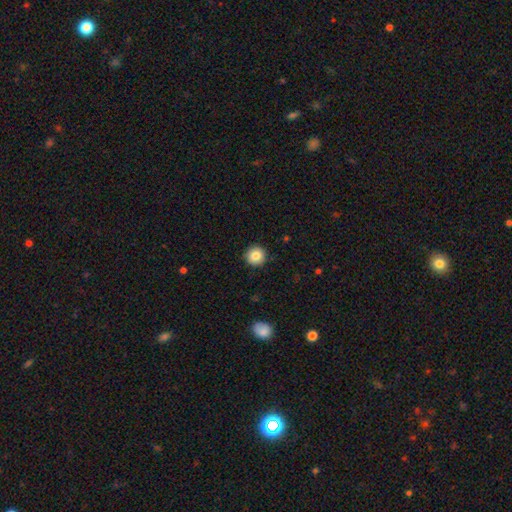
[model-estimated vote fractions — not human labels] The model was most divided on "smooth or featured": smooth: 84%, star or artifact: 9%, featured or disk: 7%. More confident: how rounded — round (95%); merging — none (91%).